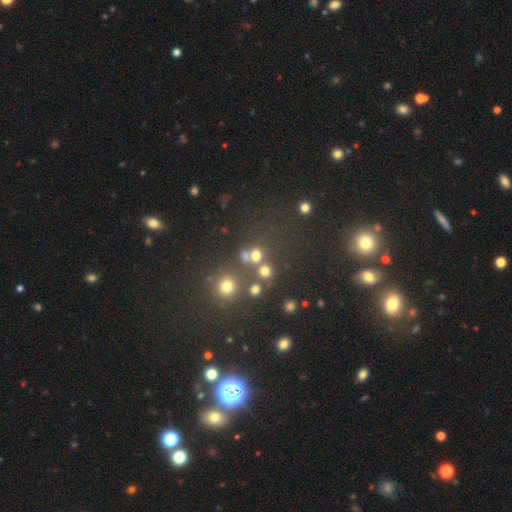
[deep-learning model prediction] Overall: smooth (68%). How rounded: round (85%). Merging: none (64%).